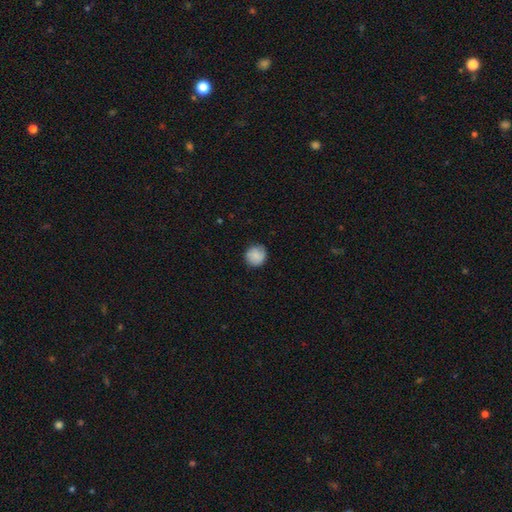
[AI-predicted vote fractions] This appears to be a smooth galaxy with no disk features (84%) that is round (91%). Merging: none (84%).